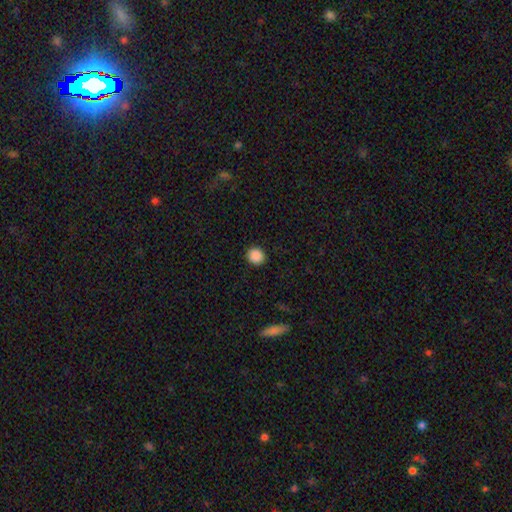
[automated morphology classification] This is clearly a smooth galaxy (88%). How rounded: clearly round (89%). Merging: clearly none (92%).